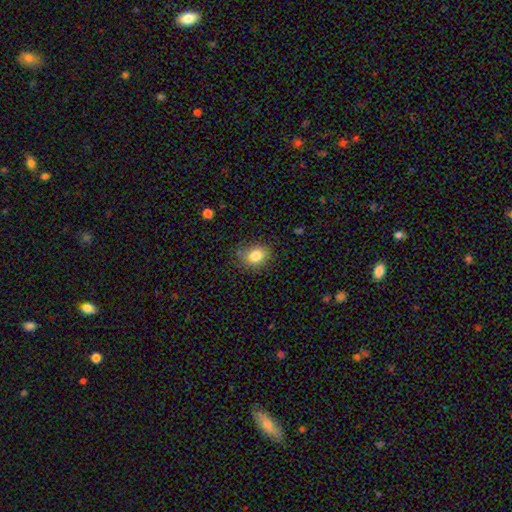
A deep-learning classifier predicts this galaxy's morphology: type=smooth (83%); roundness=round (53%); merging=none (79%).